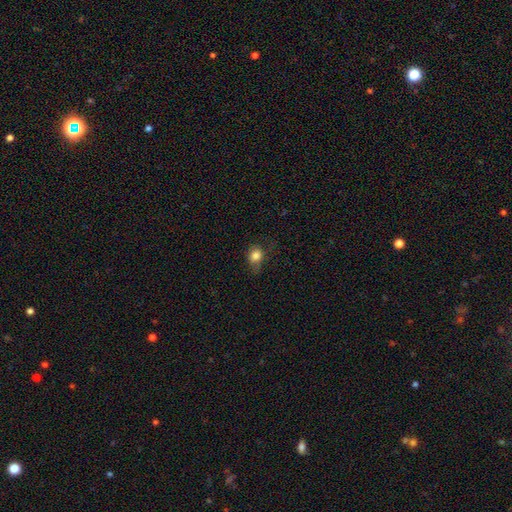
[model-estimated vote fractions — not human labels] Overall: smooth (82%). How rounded: round (58%; in between 41%). Merging: none (60%; minor disturbance 28%).